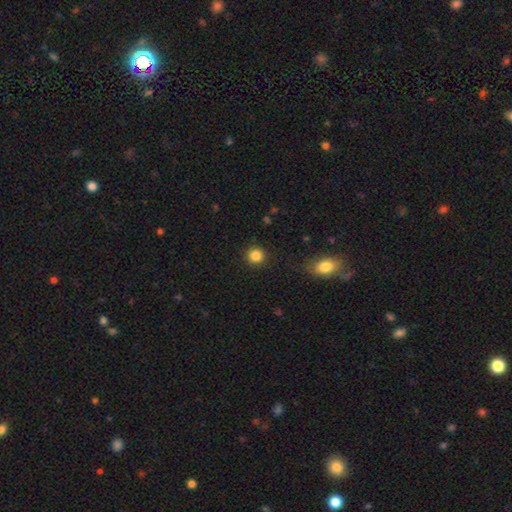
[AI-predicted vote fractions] This appears to be a smooth galaxy with no disk features (85%) that is round (92%). Merging: none (91%).